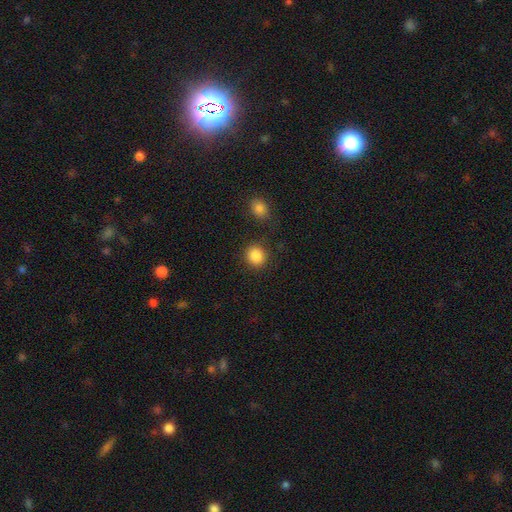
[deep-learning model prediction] This is clearly a smooth galaxy (87%). How rounded: clearly round (83%). Merging: clearly none (84%).